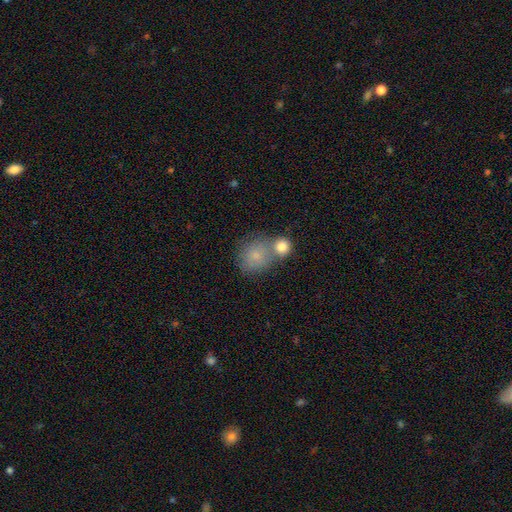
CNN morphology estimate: type=smooth (80%); roundness=round (75%); merging=merger (44%).